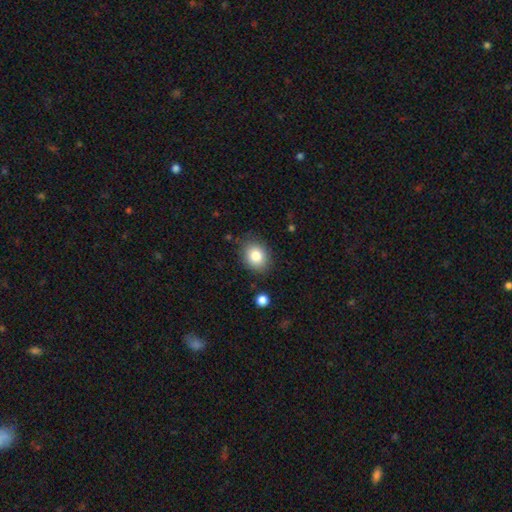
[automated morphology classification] smooth_or_featured: smooth (p=0.83) [alt: star or artifact p=0.09]
how_rounded: round (p=0.54) [alt: in between p=0.46]
merging: none (p=0.83) [alt: minor disturbance p=0.12]